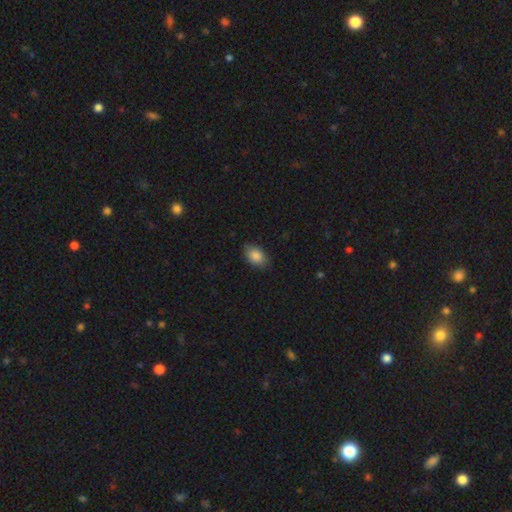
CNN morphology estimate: A smooth galaxy with no disk features (87%) that is in between round and cigar-shaped (87%).

Vote fractions:
- Smooth or featured? smooth: 87% / star or artifact: 7% / featured or disk: 6%
- How rounded? in between: 87% / round: 12% / cigar-shaped: 1%
- Merging? none: 83% / minor disturbance: 13% / major disturbance: 3% / merger: 1%